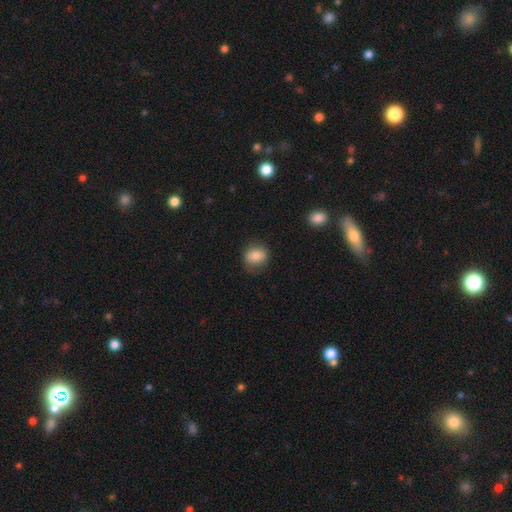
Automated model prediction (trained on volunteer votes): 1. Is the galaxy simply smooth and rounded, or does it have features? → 83% smooth, 9% star or artifact, 9% featured or disk.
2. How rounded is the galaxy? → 58% round, 40% in between, 1% cigar-shaped.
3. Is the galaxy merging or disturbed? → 76% none, 18% minor disturbance, 5% major disturbance, 1% merger.